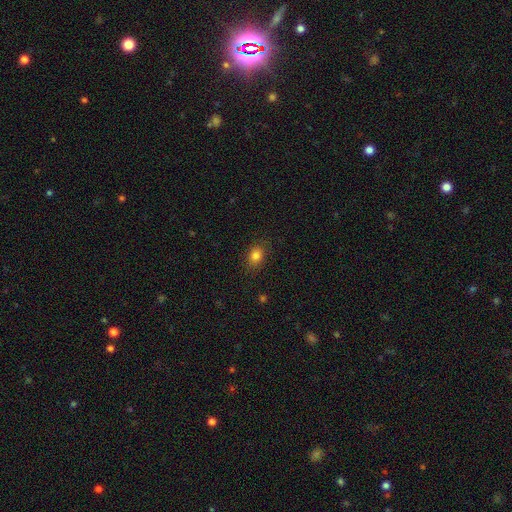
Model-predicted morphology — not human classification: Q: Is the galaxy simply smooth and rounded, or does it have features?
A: smooth — 82%.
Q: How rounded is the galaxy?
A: in between — 63%.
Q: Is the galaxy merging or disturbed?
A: none — 83%.